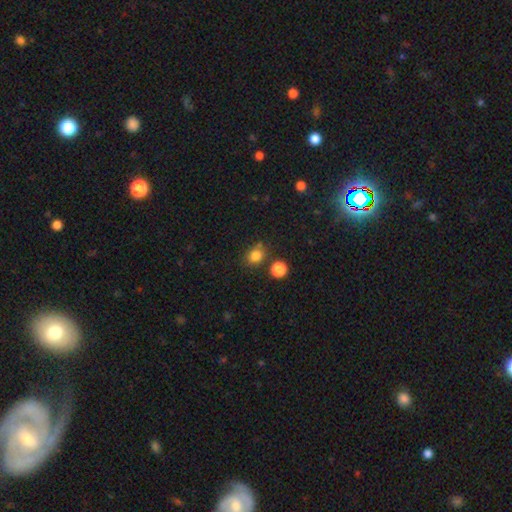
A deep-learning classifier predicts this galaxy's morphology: This appears to be a smooth galaxy with no disk features (81%) that is round (64%). Merging: none (71%).